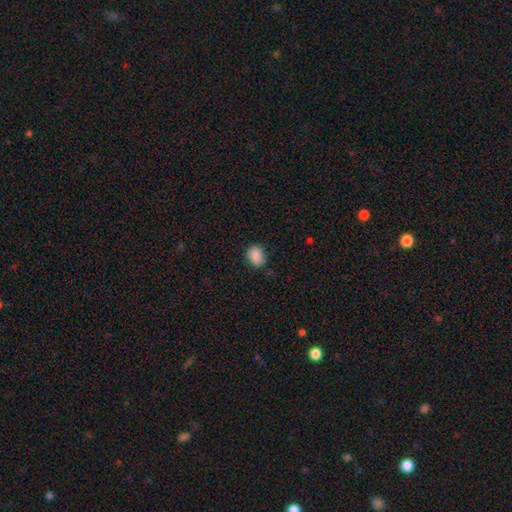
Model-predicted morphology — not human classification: Smooth or featured? Predicted: smooth (p=0.86). How rounded? Predicted: round (p=0.54). Merging? Predicted: none (p=0.78).